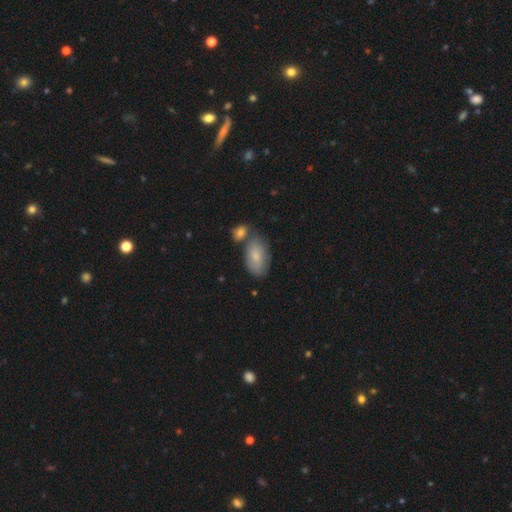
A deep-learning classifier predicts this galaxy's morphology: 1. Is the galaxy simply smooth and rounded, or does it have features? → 75% smooth, 19% featured or disk, 7% star or artifact.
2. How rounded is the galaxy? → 93% in between, 4% round, 3% cigar-shaped.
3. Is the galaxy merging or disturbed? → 57% none, 23% merger, 16% minor disturbance, 4% major disturbance.